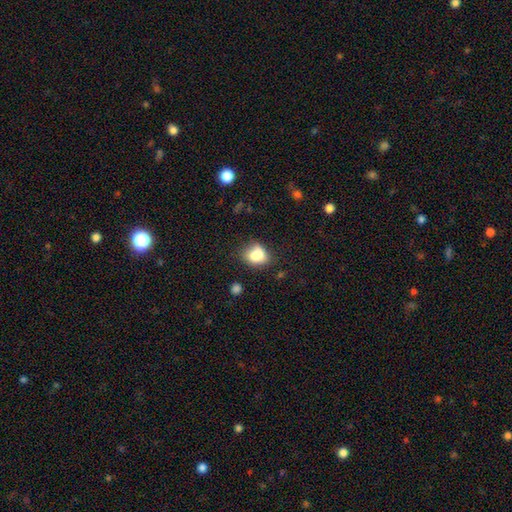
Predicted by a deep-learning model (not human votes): This appears to be a smooth galaxy with no disk features (79%) that is round (50%). Merging: none (53%).